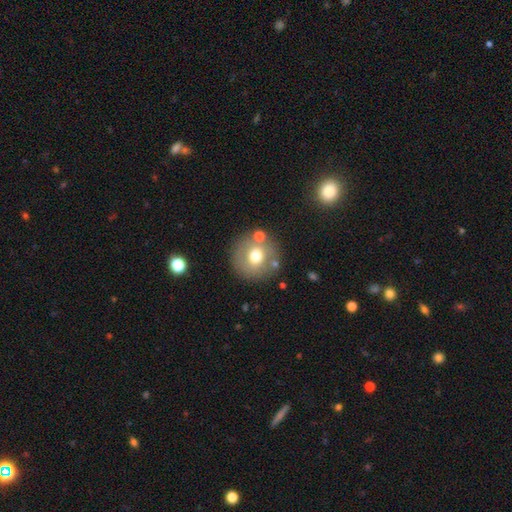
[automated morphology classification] A smooth galaxy with no disk features (65%) that is round (93%).

Vote fractions:
- Smooth or featured? smooth: 65% / featured or disk: 24% / star or artifact: 11%
- How rounded? round: 93% / in between: 6% / cigar-shaped: 1%
- Merging? none: 79% / minor disturbance: 10% / merger: 7% / major disturbance: 4%